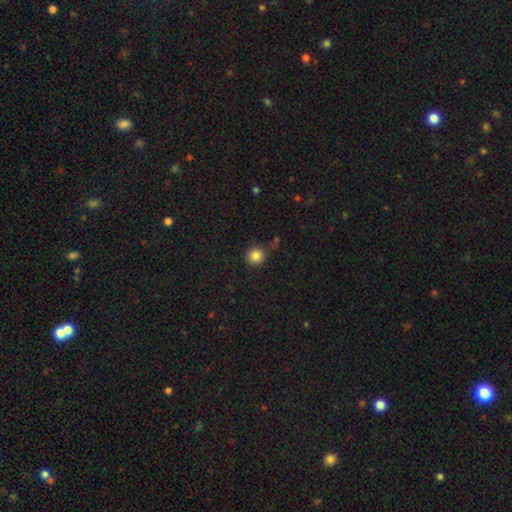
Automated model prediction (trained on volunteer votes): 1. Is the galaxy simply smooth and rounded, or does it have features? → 85% smooth, 11% star or artifact, 4% featured or disk.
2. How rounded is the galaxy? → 89% round, 10% in between, 1% cigar-shaped.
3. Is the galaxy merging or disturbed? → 78% none, 13% minor disturbance, 5% merger, 4% major disturbance.